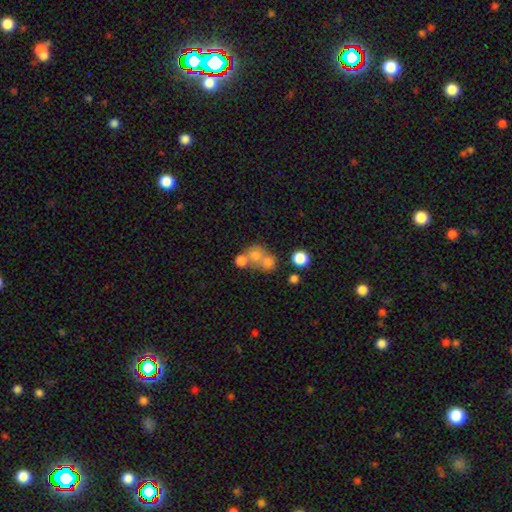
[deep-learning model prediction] smooth-or-featured: smooth: 65% | featured or disk: 19% | star or artifact: 15%
  how-rounded: round: 73% | in between: 26% | cigar-shaped: 1%
  merging: merger: 54% | none: 32% | minor disturbance: 8% | major disturbance: 6%